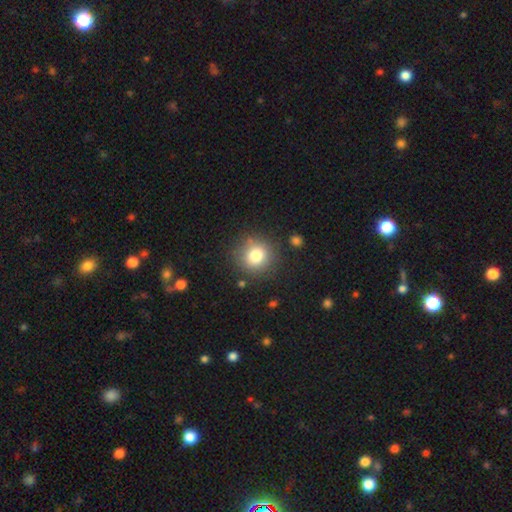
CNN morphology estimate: Smooth or featured?
  - smooth: 79% *
  - star or artifact: 12%
  - featured or disk: 9%
How rounded?
  - round: 91% *
  - in between: 8%
  - cigar-shaped: 1%
Merging?
  - none: 84% *
  - minor disturbance: 9%
  - major disturbance: 3%
  - merger: 3%